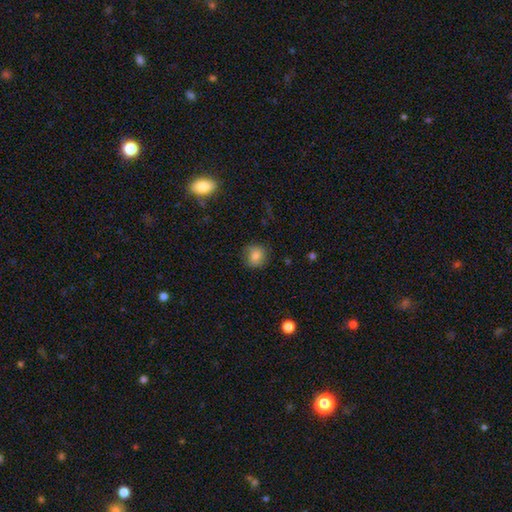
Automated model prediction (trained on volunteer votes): Smooth or featured?
  - smooth: 79% *
  - featured or disk: 11%
  - star or artifact: 10%
How rounded?
  - round: 84% *
  - in between: 15%
  - cigar-shaped: 1%
Merging?
  - none: 76% *
  - minor disturbance: 18%
  - major disturbance: 5%
  - merger: 1%